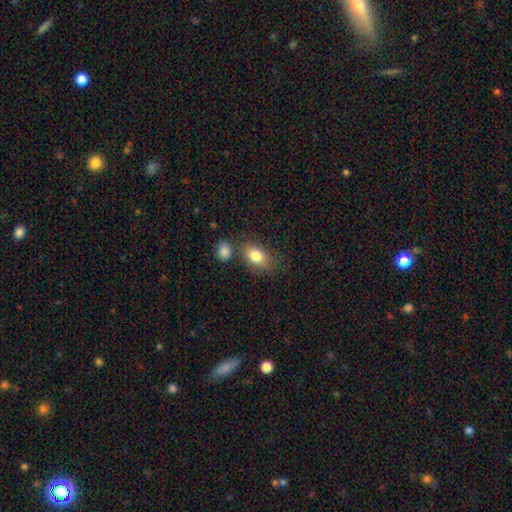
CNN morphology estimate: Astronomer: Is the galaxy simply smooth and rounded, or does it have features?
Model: smooth — 81%.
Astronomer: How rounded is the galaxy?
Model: in between — 85%.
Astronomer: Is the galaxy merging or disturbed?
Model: none — 62%.